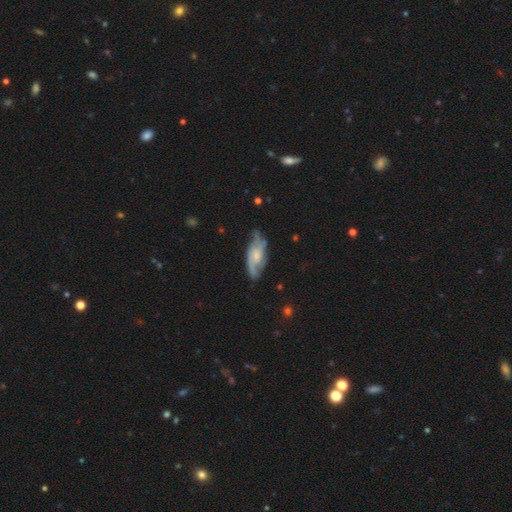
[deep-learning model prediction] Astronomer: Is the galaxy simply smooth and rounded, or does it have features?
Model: featured or disk — 73%.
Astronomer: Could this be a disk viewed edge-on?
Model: no — 90%.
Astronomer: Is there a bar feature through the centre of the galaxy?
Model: no — 66%.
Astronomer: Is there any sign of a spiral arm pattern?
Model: yes — 91%.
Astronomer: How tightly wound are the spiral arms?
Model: medium — 46% (runner-up: tight, 31%).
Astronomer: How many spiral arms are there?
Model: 2 — 62%.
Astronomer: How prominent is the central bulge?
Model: small — 46% (runner-up: moderate, 36%).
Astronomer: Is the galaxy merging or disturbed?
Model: none — 65%.